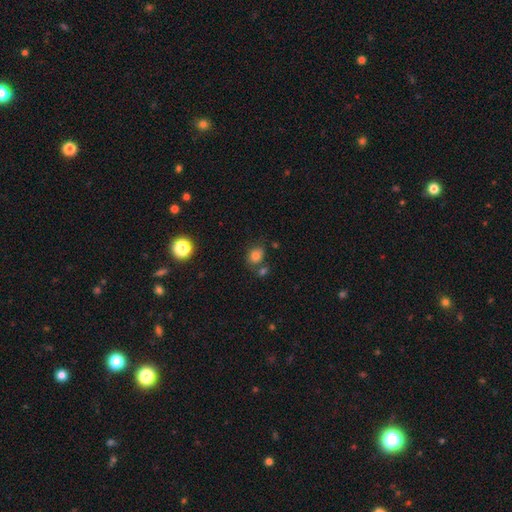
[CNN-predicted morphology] smooth_or_featured: smooth (p=0.79) [alt: star or artifact p=0.14]
how_rounded: round (p=0.56) [alt: in between p=0.43]
merging: none (p=0.61) [alt: merger p=0.17]